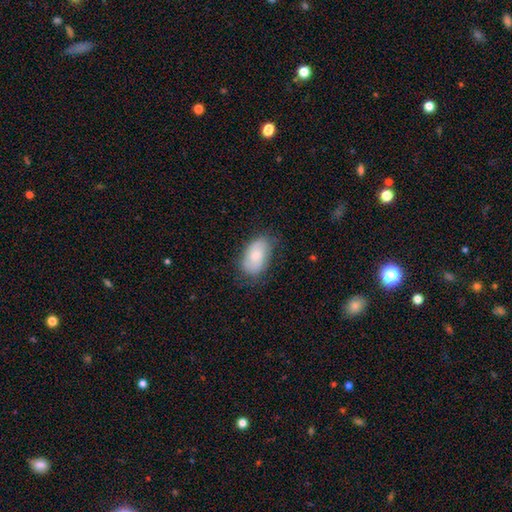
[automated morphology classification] A smooth galaxy with no disk features (65%) that is in between round and cigar-shaped (92%).

Vote fractions:
- Smooth or featured? smooth: 65% / featured or disk: 29% / star or artifact: 7%
- How rounded? in between: 92% / round: 7% / cigar-shaped: 2%
- Merging? none: 68% / minor disturbance: 24% / major disturbance: 7% / merger: 1%